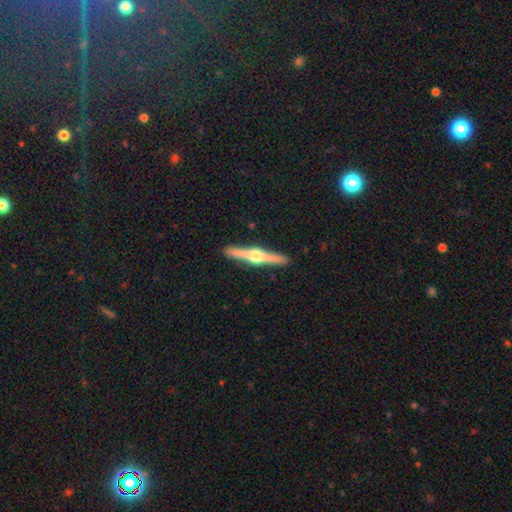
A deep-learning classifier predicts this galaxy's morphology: Smooth or featured?
  - featured or disk: 81% *
  - smooth: 15%
  - star or artifact: 5%
Edge-on disk?
  - yes: 98% *
  - no: 2%
Edge-on bulge?
  - rounded: 96% *
  - boxy: 3%
  - none: 2%
Merging?
  - none: 92% *
  - minor disturbance: 6%
  - major disturbance: 1%
  - merger: 1%